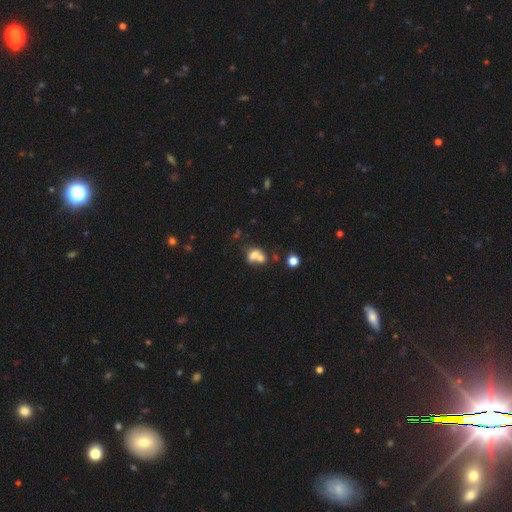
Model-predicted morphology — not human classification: The model was most divided on "how rounded": in between: 55%, round: 43%, cigar-shaped: 2%. More confident: smooth or featured — smooth (62%); merging — merger (60%).